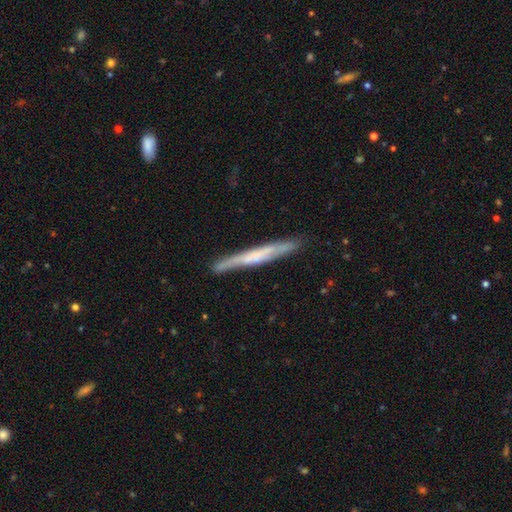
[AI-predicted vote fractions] Morphology: type=featured or disk (57%); edge-on=yes (92%); edge-on bulge=none (64%); merging=none (84%).